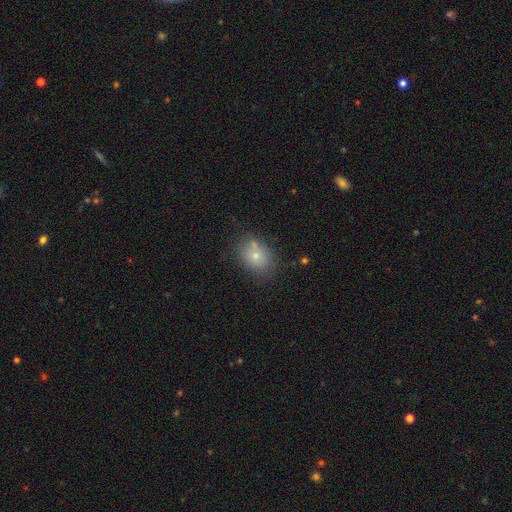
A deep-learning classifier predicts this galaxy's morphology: Overall: smooth (74%). How rounded: in between (58%; round 41%). Merging: none (69%).